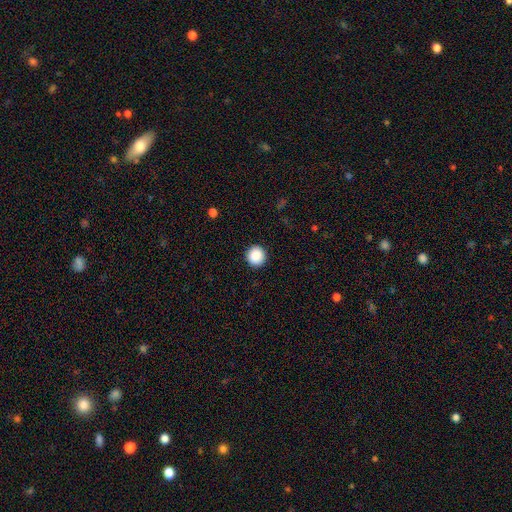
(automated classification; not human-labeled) Q: Smooth or featured?
A: smooth (89%); runner-up: star or artifact (9%)
Q: How rounded?
A: round (94%); runner-up: in between (5%)
Q: Merging?
A: none (93%); runner-up: minor disturbance (5%)